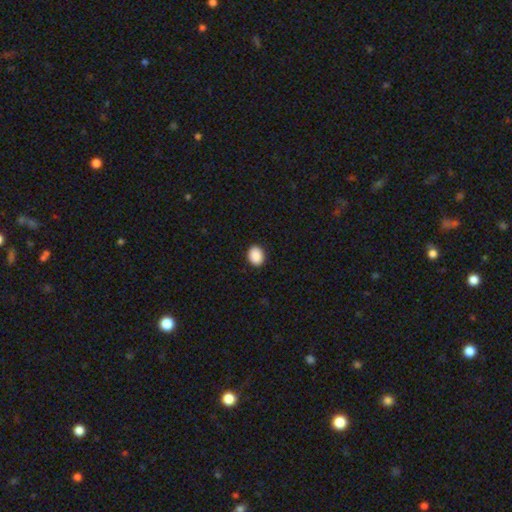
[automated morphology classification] smooth 90%, star or artifact 8%, featured or disk 2%. Down the decision tree: how rounded — in between (58%); merging — none (92%).